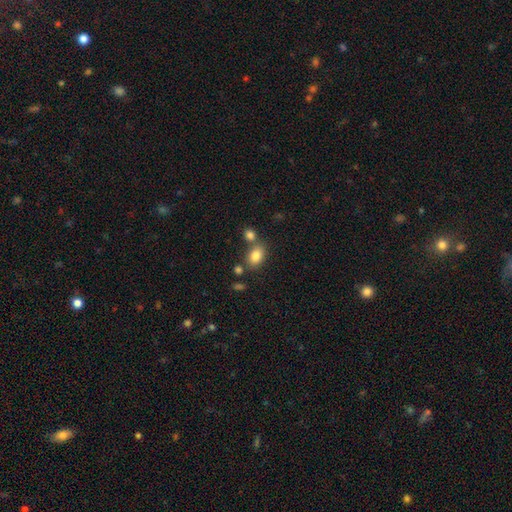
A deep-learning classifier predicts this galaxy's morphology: Smooth or featured? smooth (83%)
How rounded? in between (78%)
Merging? none (63%)